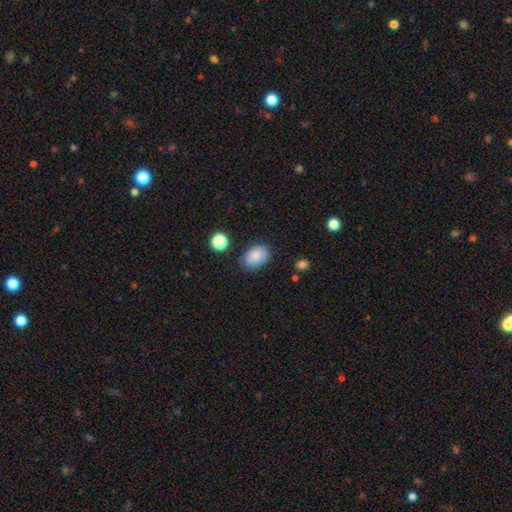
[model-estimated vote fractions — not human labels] Q: Smooth or featured?
A: smooth (86%); runner-up: star or artifact (9%)
Q: How rounded?
A: in between (76%); runner-up: round (23%)
Q: Merging?
A: none (78%); runner-up: minor disturbance (16%)